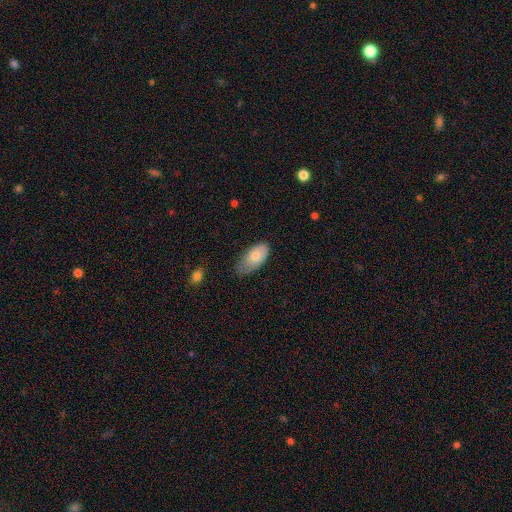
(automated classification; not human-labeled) smooth-or-featured: smooth: 73% | featured or disk: 20% | star or artifact: 6%
  how-rounded: in between: 93% | cigar-shaped: 4% | round: 3%
  merging: none: 51% | minor disturbance: 38% | major disturbance: 9% | merger: 2%